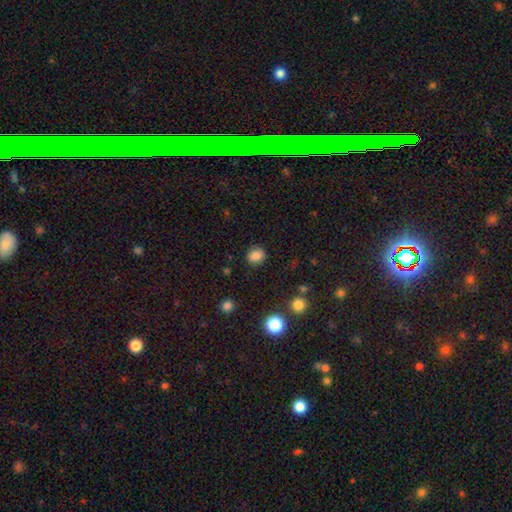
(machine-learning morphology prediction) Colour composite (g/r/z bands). It shows a smooth galaxy with no disk features (84%) that is round (69%). Merging: none (85%).